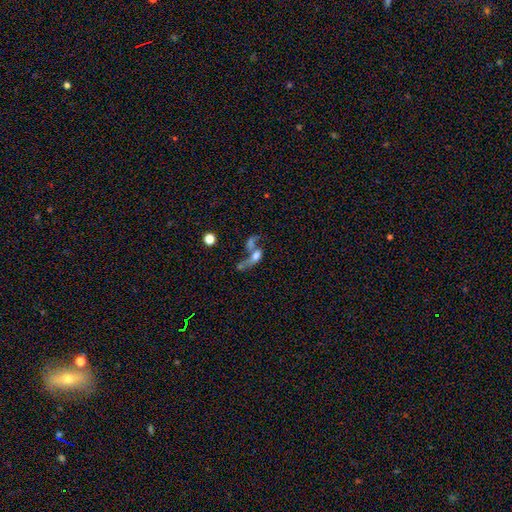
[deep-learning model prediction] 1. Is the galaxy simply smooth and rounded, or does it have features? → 43% smooth, 42% featured or disk, 15% star or artifact.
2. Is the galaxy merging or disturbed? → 61% merger, 18% major disturbance, 14% none, 7% minor disturbance.